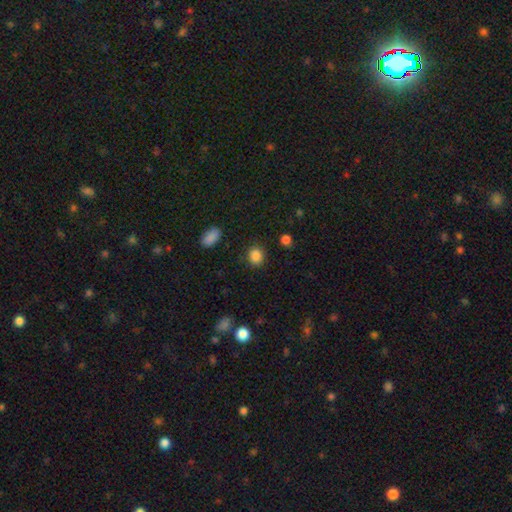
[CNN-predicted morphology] Smooth or featured? smooth (87%)
How rounded? round (71%)
Merging? none (86%)